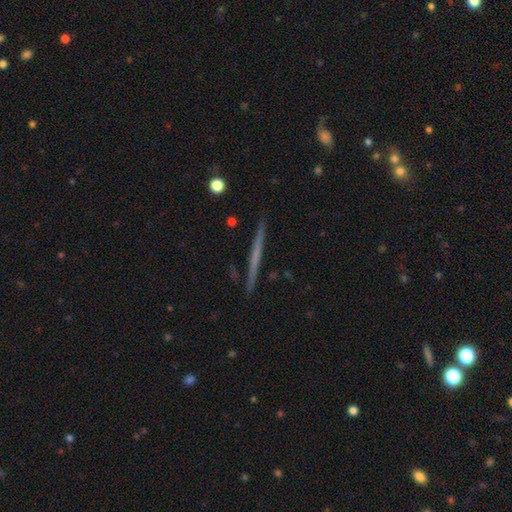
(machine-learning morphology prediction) smooth-or-featured: featured or disk: 57% | smooth: 36% | star or artifact: 6%
  disk-edge-on: yes: 98% | no: 2%
    edge-on-bulge: none: 90% | rounded: 7% | boxy: 3%
  merging: none: 92% | minor disturbance: 6% | major disturbance: 1% | merger: 1%